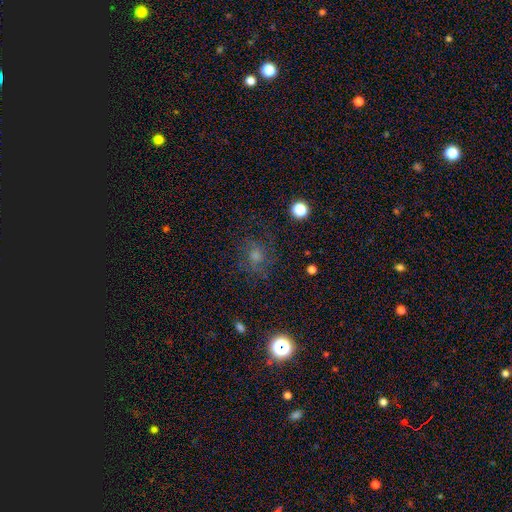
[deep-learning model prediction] Q: Smooth or featured?
A: smooth (38%); runner-up: featured or disk (31%)
Q: Merging?
A: none (73%); runner-up: minor disturbance (15%)